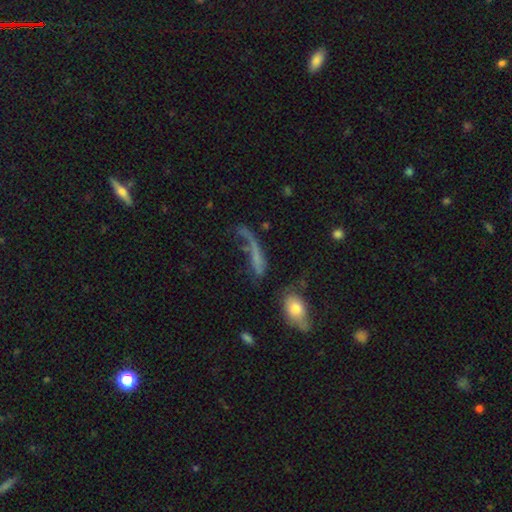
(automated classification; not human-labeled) A smooth galaxy with no disk features (43%).

Vote fractions:
- Smooth or featured? smooth: 43% / featured or disk: 41% / star or artifact: 17%
- Merging? major disturbance: 39% / none: 31% / minor disturbance: 16% / merger: 14%